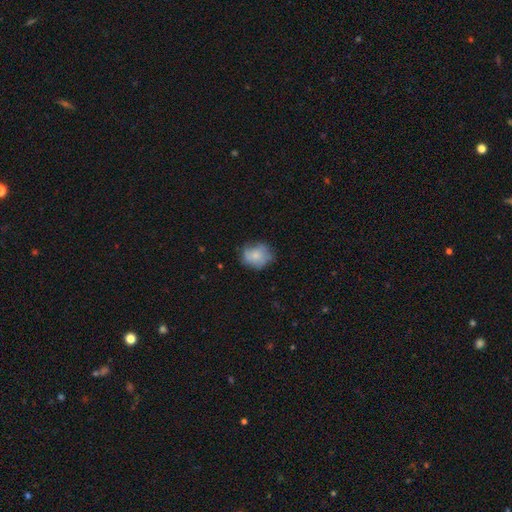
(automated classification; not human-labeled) Q: Smooth or featured?
A: smooth (66%); runner-up: featured or disk (25%)
Q: How rounded?
A: round (66%); runner-up: in between (33%)
Q: Merging?
A: none (64%); runner-up: minor disturbance (25%)